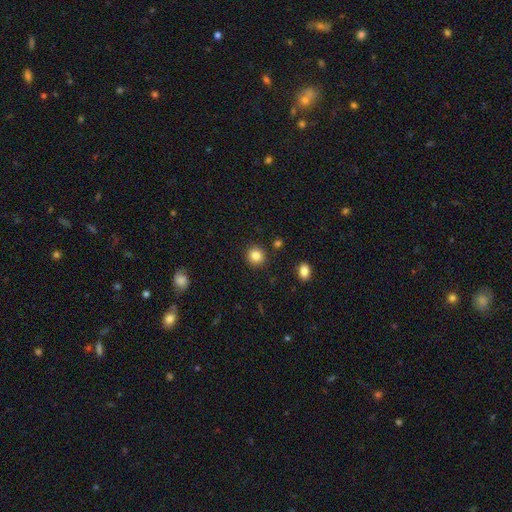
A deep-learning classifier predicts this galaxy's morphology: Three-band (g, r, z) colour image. It shows a smooth galaxy with no disk features (86%) that is round (87%). Merging: none (89%).